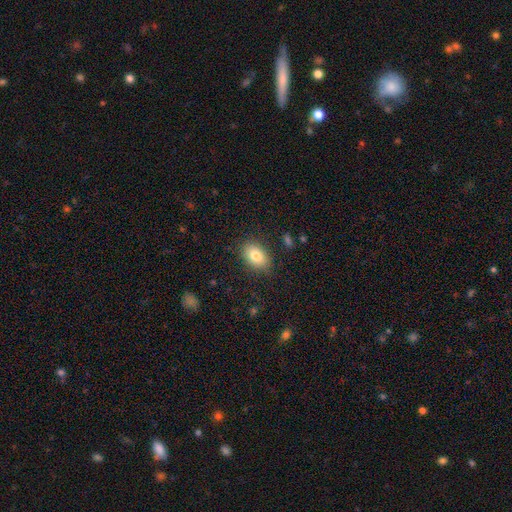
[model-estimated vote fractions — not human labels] The model was most divided on "how rounded": in between: 82%, round: 16%, cigar-shaped: 1%. More confident: merging — none (84%); smooth or featured — smooth (80%).